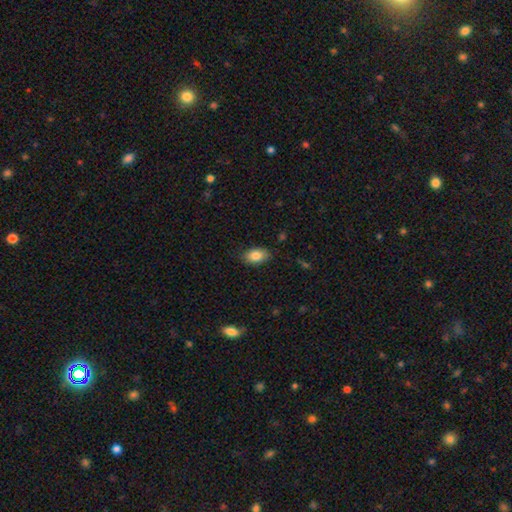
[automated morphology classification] Overall: smooth (83%). How rounded: in between (90%). Merging: none (85%).